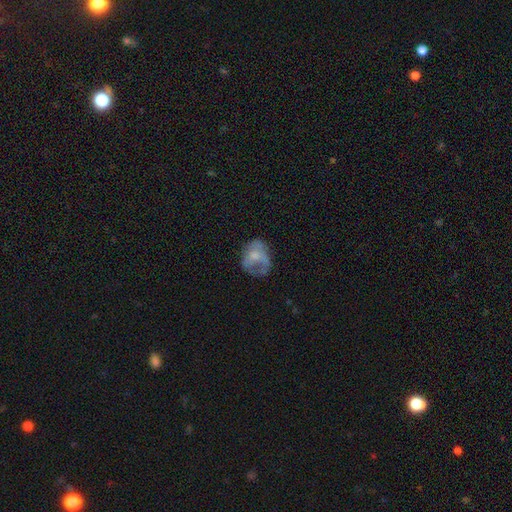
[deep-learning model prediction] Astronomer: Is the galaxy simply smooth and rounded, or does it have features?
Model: smooth — 47% (runner-up: featured or disk, 44%).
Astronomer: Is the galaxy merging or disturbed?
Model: none — 38% (runner-up: major disturbance, 33%).